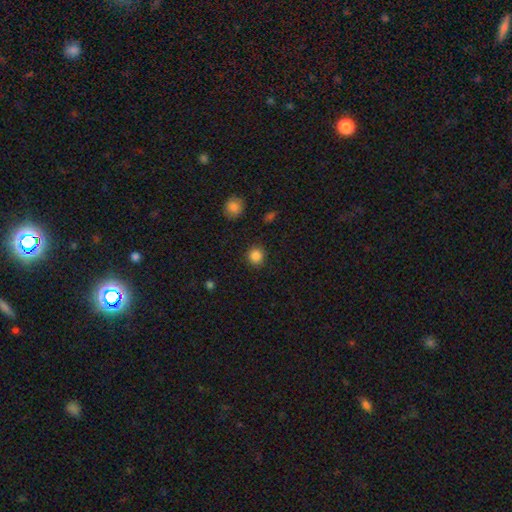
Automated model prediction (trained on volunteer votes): The model was most divided on "smooth or featured": smooth: 85%, star or artifact: 11%, featured or disk: 4%. More confident: how rounded — round (92%); merging — none (90%).